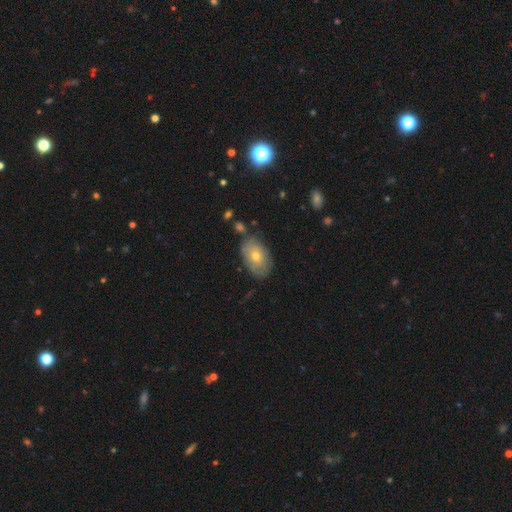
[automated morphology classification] A smooth galaxy with no disk features (59%) that is in between round and cigar-shaped (89%).

Vote fractions:
- Smooth or featured? smooth: 59% / featured or disk: 35% / star or artifact: 7%
- How rounded? in between: 89% / round: 10% / cigar-shaped: 1%
- Merging? none: 71% / minor disturbance: 21% / major disturbance: 5% / merger: 4%